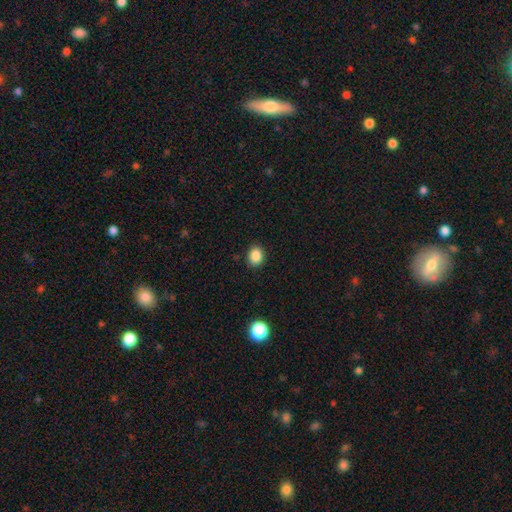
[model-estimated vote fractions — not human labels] smooth-or-featured: smooth: 87% | star or artifact: 10% | featured or disk: 3%
  how-rounded: round: 56% | in between: 43% | cigar-shaped: 1%
  merging: none: 88% | minor disturbance: 9% | major disturbance: 2% | merger: 1%